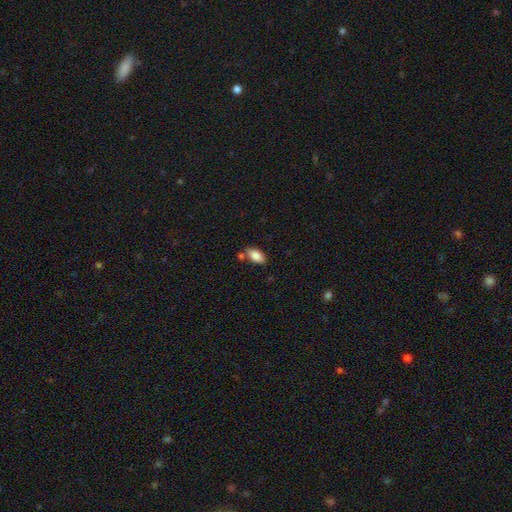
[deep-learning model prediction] Morphology: type=smooth (85%); roundness=in between (92%); merging=none (74%).